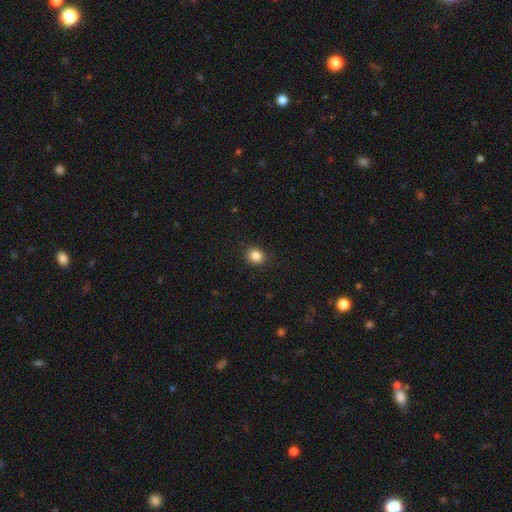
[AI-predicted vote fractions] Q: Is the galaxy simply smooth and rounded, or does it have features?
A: smooth — 86%.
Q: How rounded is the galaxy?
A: round — 63%.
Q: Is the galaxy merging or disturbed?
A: none — 89%.